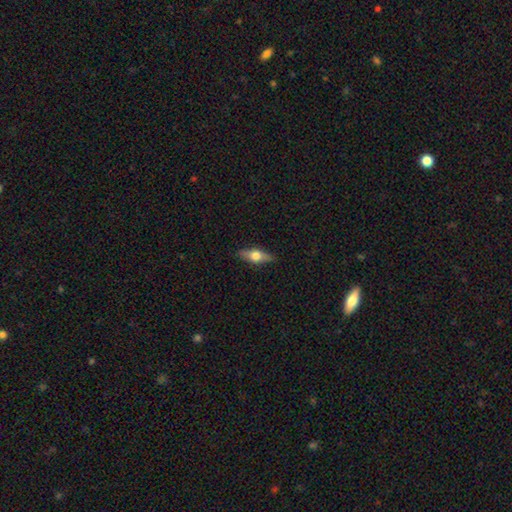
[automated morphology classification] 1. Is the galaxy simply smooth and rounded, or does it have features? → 50% featured or disk, 43% smooth, 7% star or artifact.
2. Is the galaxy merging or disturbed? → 88% none, 9% minor disturbance, 2% major disturbance, 1% merger.